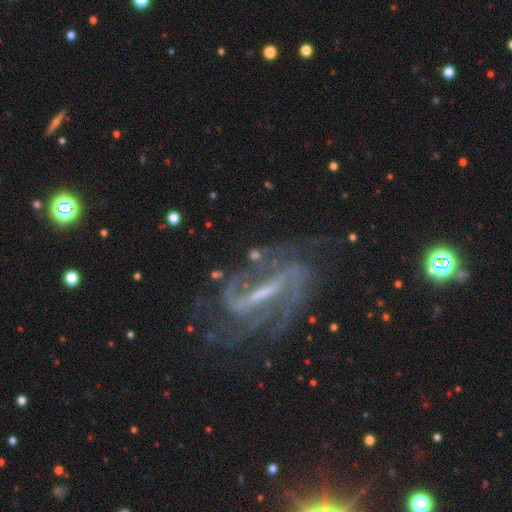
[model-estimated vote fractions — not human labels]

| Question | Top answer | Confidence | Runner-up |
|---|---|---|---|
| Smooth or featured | featured or disk | 86% | star or artifact (8%) |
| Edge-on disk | no | 93% | yes (7%) |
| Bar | strong | 66% | weak (25%) |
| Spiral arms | yes | 92% | no (8%) |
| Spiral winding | medium | 46% | tight (31%) |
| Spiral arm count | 2 | 56% | can't tell (17%) |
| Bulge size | small | 39% | moderate (28%) |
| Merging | none | 55% | major disturbance (22%) |